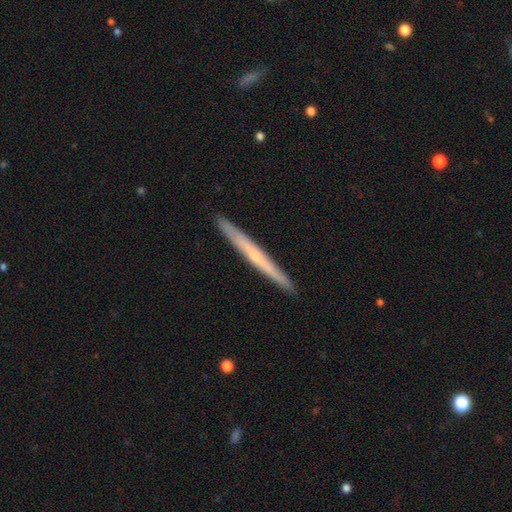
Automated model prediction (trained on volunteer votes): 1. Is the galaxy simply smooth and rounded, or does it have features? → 59% featured or disk, 36% smooth, 6% star or artifact.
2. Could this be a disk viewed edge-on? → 97% yes, 3% no.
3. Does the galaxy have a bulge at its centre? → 60% none, 36% rounded, 4% boxy.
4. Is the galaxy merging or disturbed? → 92% none, 5% minor disturbance, 1% major disturbance, 1% merger.